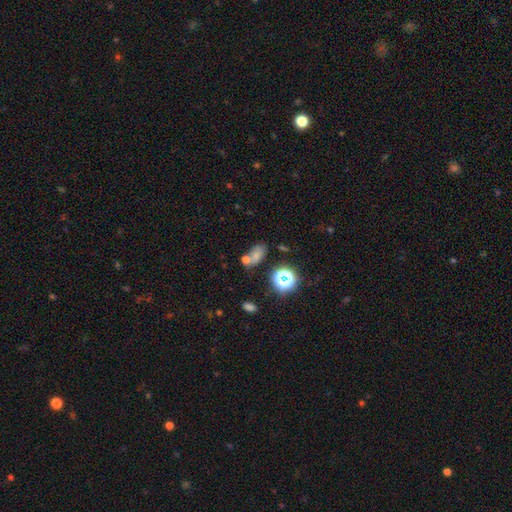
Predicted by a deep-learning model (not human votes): Overall: smooth (66%). How rounded: in between (79%). Merging: none (49%; merger 31%).